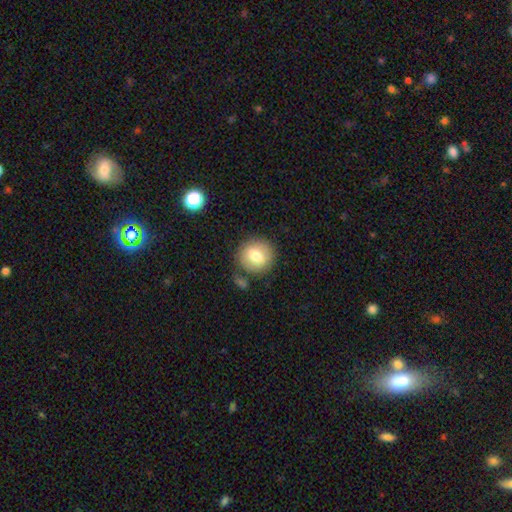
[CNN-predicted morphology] smooth_or_featured: smooth (p=0.76) [alt: featured or disk p=0.16]
how_rounded: round (p=0.90) [alt: in between p=0.09]
merging: none (p=0.79) [alt: minor disturbance p=0.11]